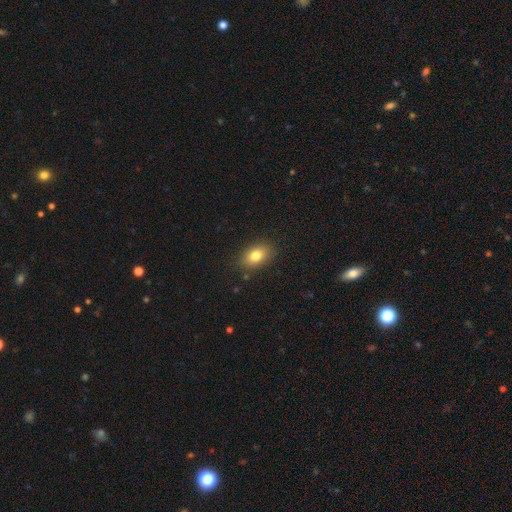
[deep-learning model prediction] Morphology: type=smooth (81%); roundness=in between (85%); merging=none (86%).